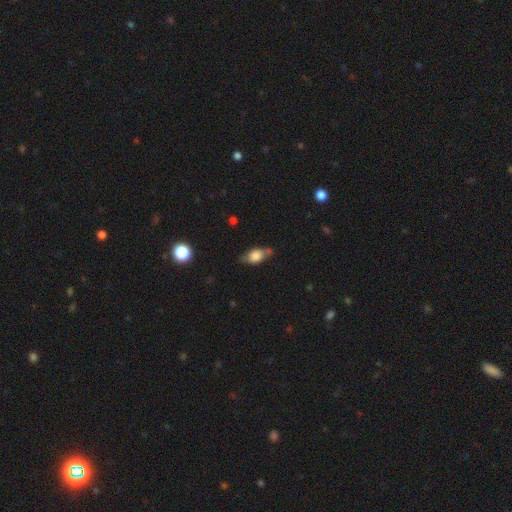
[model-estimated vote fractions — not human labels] A smooth galaxy with no disk features (65%) that is in between round and cigar-shaped (80%).

Vote fractions:
- Smooth or featured? smooth: 65% / featured or disk: 27% / star or artifact: 8%
- How rounded? in between: 80% / cigar-shaped: 10% / round: 10%
- Merging? none: 62% / minor disturbance: 27% / major disturbance: 7% / merger: 4%